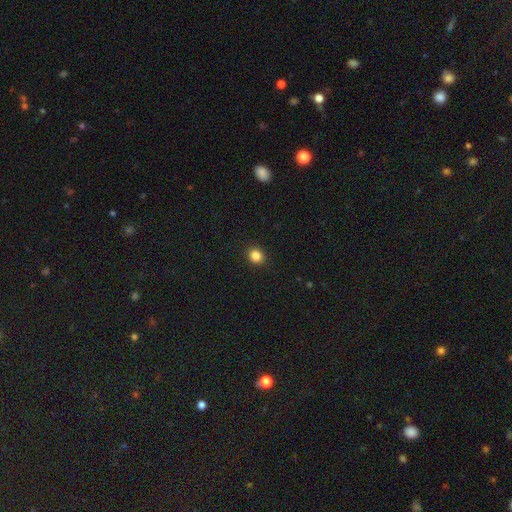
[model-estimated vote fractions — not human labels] A smooth galaxy with no disk features (85%) that is round (72%).

Vote fractions:
- Smooth or featured? smooth: 85% / star or artifact: 11% / featured or disk: 4%
- How rounded? round: 72% / in between: 27% / cigar-shaped: 1%
- Merging? none: 91% / minor disturbance: 6% / major disturbance: 2% / merger: 1%